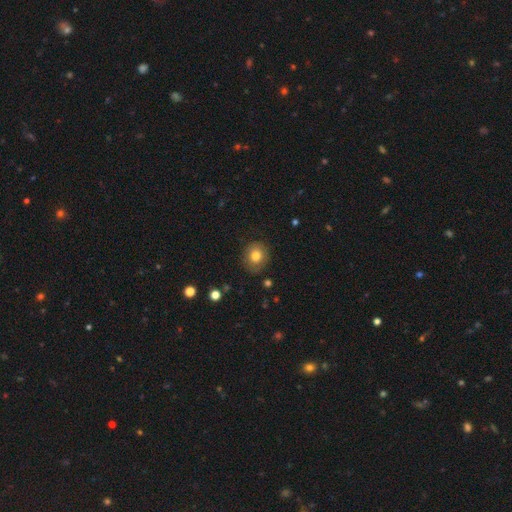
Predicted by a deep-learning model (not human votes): Overall: smooth (79%). How rounded: round (74%). Merging: none (84%).